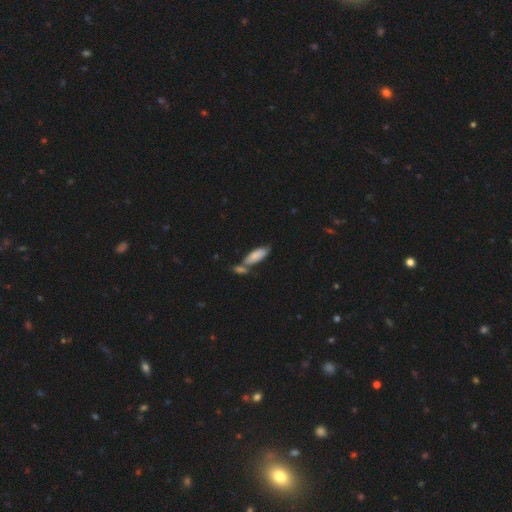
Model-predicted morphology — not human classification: Q: Smooth or featured?
A: smooth (81%); runner-up: featured or disk (13%)
Q: How rounded?
A: in between (70%); runner-up: cigar-shaped (28%)
Q: Merging?
A: none (45%); runner-up: merger (38%)